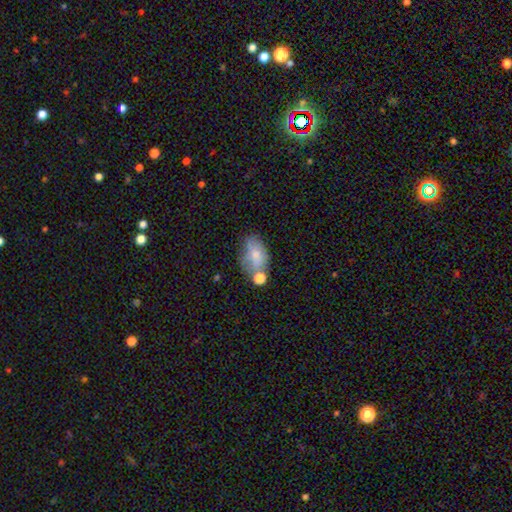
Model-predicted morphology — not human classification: Smooth or featured? smooth (64%)
How rounded? in between (87%)
Merging? none (37%)